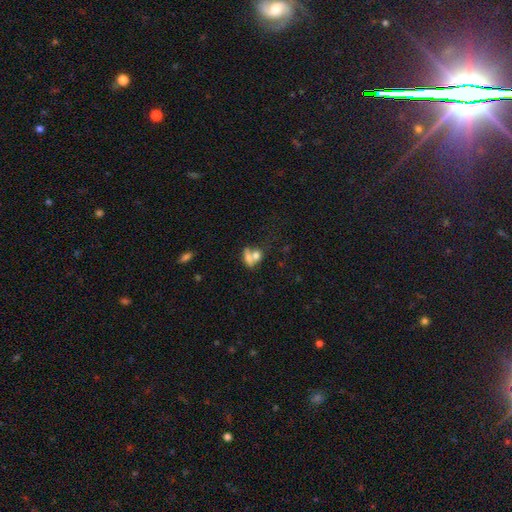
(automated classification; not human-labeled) This appears to be a smooth galaxy with no disk features (67%) that is in between round and cigar-shaped (61%). Merging: merger (62%).